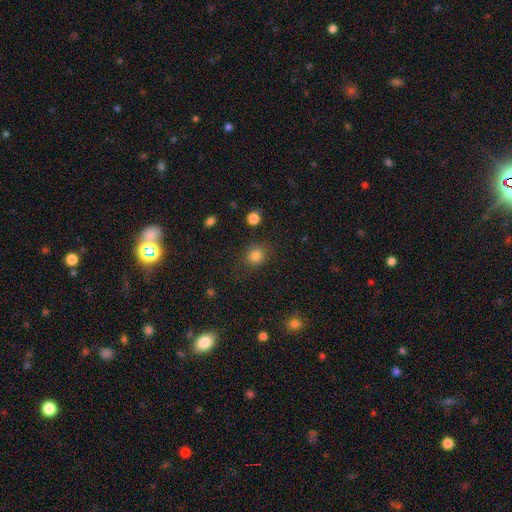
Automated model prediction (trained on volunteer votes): smooth_or_featured: smooth (p=0.82) [alt: star or artifact p=0.12]
how_rounded: round (p=0.83) [alt: in between p=0.16]
merging: none (p=0.82) [alt: minor disturbance p=0.11]